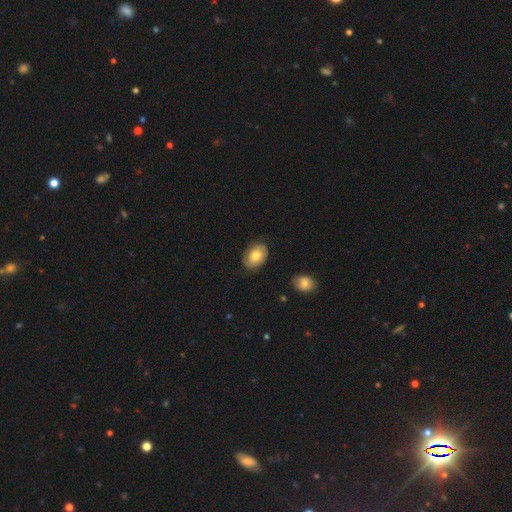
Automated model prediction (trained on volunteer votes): A smooth galaxy with no disk features (57%) that is in between round and cigar-shaped (77%). Merging: none (79%).